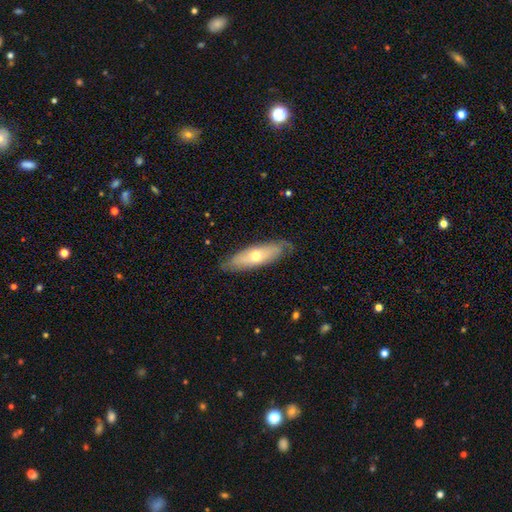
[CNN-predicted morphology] smooth-or-featured: featured or disk: 52% | smooth: 42% | star or artifact: 6%
  disk-edge-on: no: 56% | yes: 44%
  merging: none: 77% | minor disturbance: 18% | major disturbance: 4% | merger: 1%